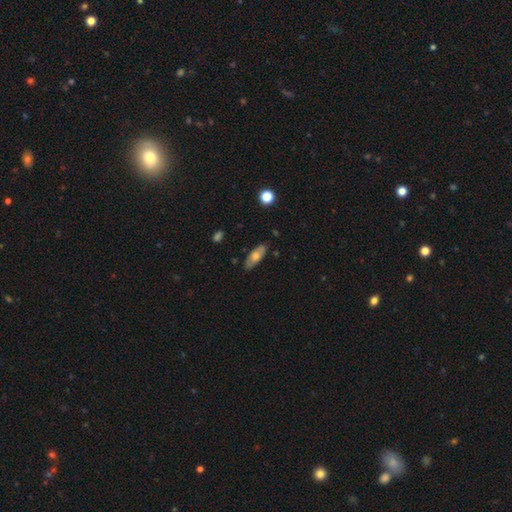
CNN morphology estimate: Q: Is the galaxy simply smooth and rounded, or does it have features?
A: smooth — 58%.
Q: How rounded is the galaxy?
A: in between — 77%.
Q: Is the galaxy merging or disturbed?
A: none — 83%.